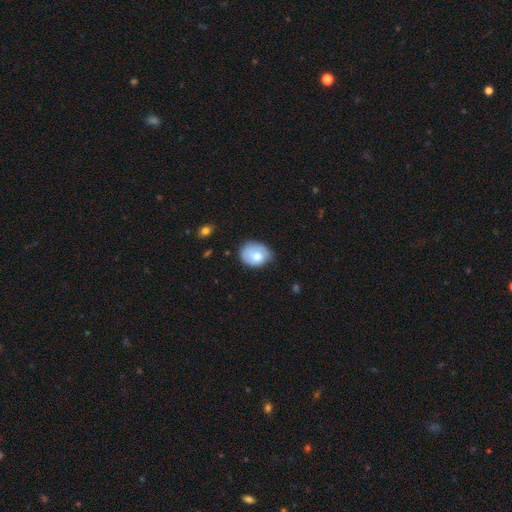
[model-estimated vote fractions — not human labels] This appears to be a smooth galaxy with no disk features (73%) that is in between round and cigar-shaped (54%). Merging: none (58%).